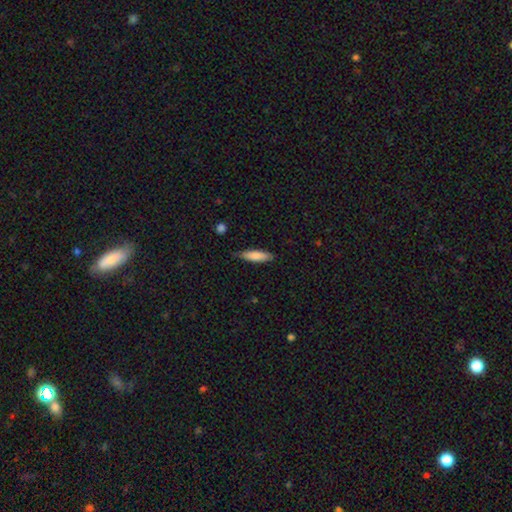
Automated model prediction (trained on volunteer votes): smooth 80%, featured or disk 14%, star or artifact 6%. Down the decision tree: how rounded — cigar-shaped (66%); merging — none (78%).